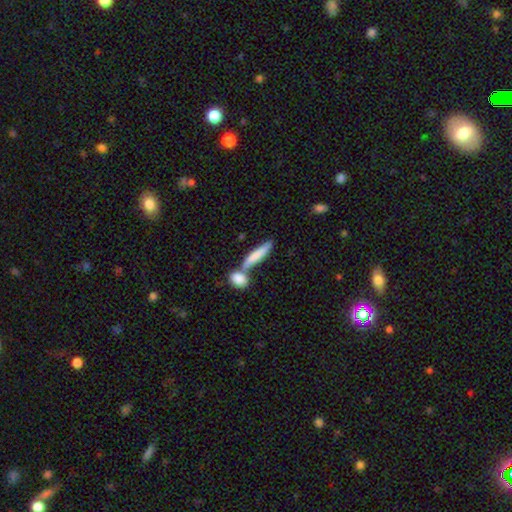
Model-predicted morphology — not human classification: This is likely a smooth galaxy (74%). How rounded: likely cigar-shaped (75%). Merging: marginally none (43%).